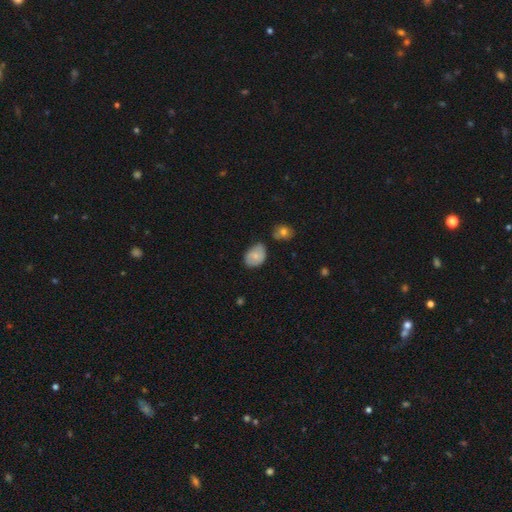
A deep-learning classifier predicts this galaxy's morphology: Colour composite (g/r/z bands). It shows a smooth galaxy with no disk features (71%) that is in between round and cigar-shaped (75%). Merging: none (52%).